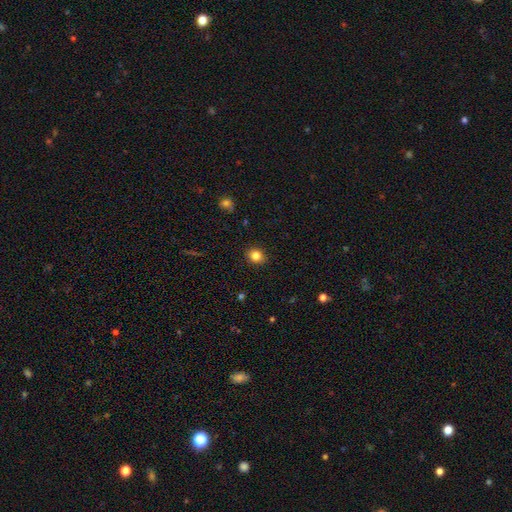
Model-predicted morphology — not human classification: The model was most divided on "how rounded": round: 69%, in between: 30%, cigar-shaped: 1%. More confident: merging — none (90%); smooth or featured — smooth (84%).